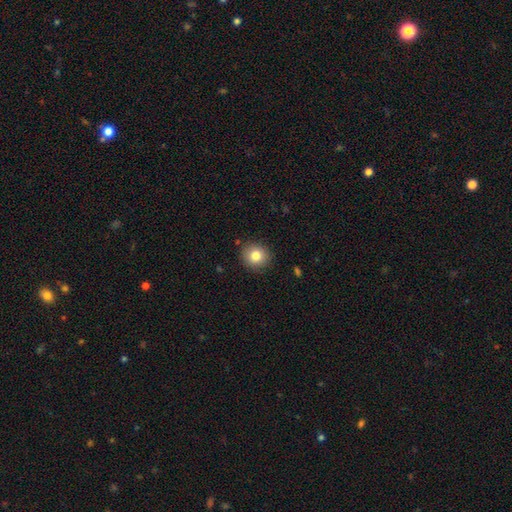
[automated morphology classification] type=smooth (82%); roundness=round (87%); merging=none (89%).